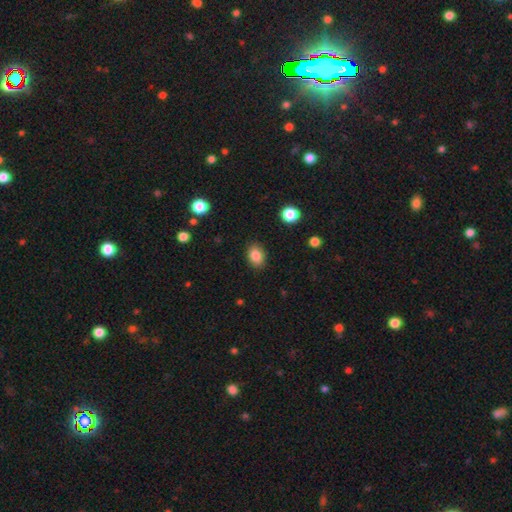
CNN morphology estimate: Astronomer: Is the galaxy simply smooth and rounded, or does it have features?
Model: smooth — 85%.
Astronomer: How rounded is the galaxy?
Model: in between — 76%.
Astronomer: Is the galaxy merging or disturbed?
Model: none — 87%.